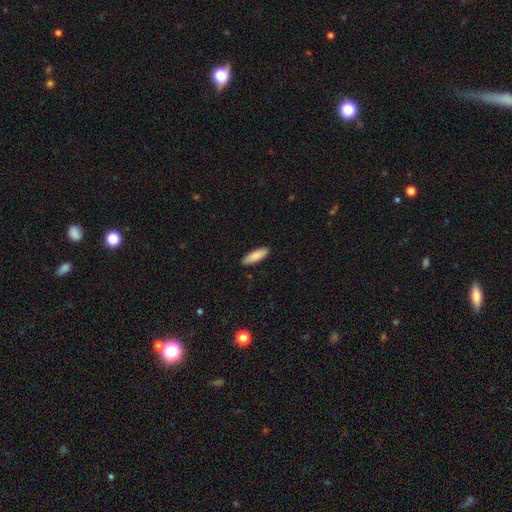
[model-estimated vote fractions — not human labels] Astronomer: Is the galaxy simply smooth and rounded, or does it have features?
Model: smooth — 88%.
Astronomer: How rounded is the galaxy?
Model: cigar-shaped — 51% (runner-up: in between, 47%).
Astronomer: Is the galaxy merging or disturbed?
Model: none — 90%.